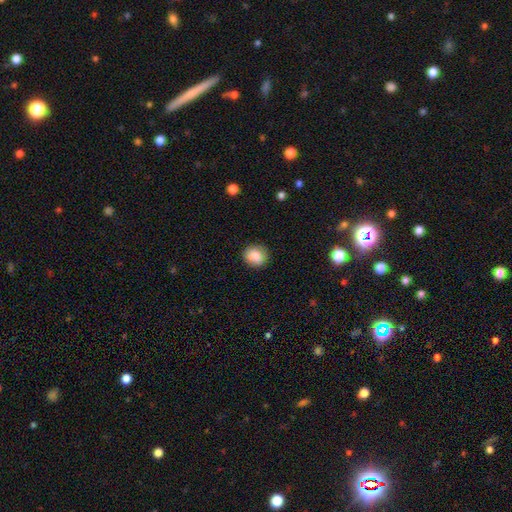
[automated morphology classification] This is clearly a smooth galaxy (84%). How rounded: likely round (75%). Merging: clearly none (84%).